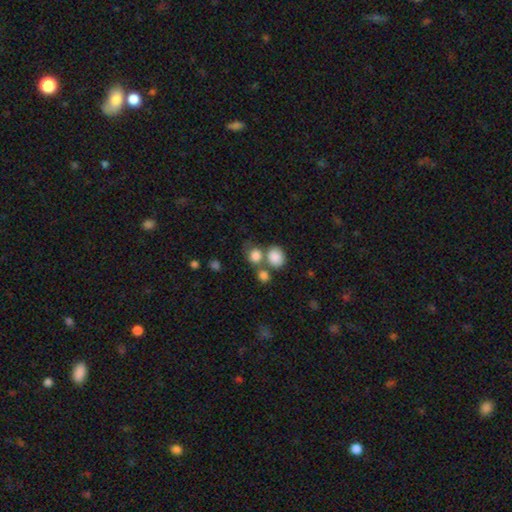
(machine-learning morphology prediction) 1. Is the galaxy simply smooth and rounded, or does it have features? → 81% smooth, 10% star or artifact, 8% featured or disk.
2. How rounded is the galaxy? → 68% round, 31% in between, 1% cigar-shaped.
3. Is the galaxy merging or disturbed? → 44% none, 41% merger, 10% minor disturbance, 6% major disturbance.